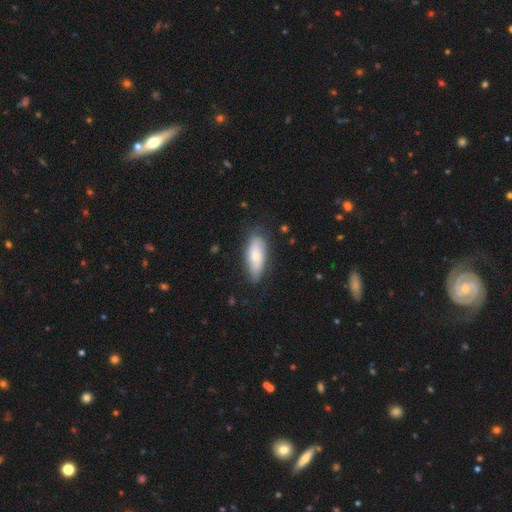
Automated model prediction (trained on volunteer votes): Smooth or featured?
  - smooth: 63% *
  - featured or disk: 31%
  - star or artifact: 6%
How rounded?
  - in between: 71% *
  - cigar-shaped: 27%
  - round: 2%
Merging?
  - none: 77% *
  - minor disturbance: 18%
  - major disturbance: 4%
  - merger: 2%